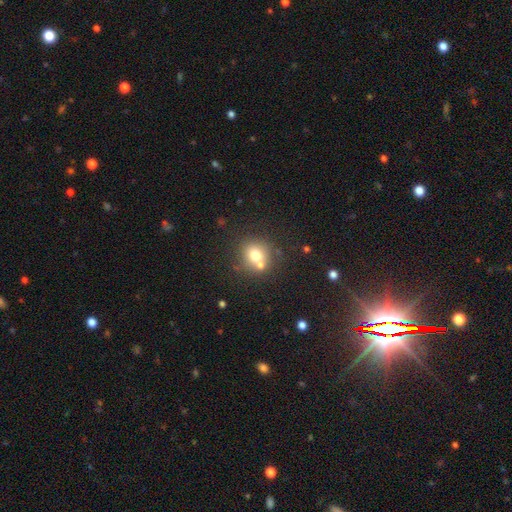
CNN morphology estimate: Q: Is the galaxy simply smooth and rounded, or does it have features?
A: smooth — 70%.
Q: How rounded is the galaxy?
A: round — 82%.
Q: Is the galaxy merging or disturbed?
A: none — 59%.